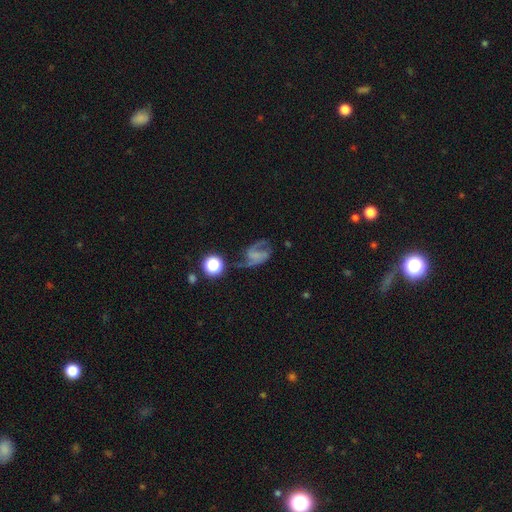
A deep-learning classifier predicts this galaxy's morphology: A featured or disk galaxy (67%) with no bar (53%), 2 (80%) loose (49%) spiral arms (86%) and no central bulge (71%). Merging: none (47%).